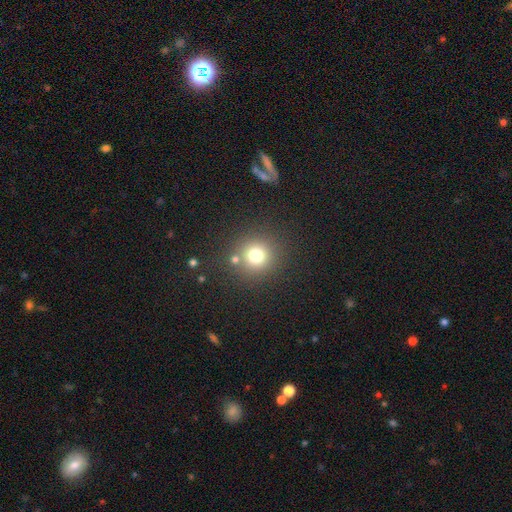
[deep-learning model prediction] smooth-or-featured: smooth: 75% | star or artifact: 16% | featured or disk: 9%
  how-rounded: round: 93% | in between: 6% | cigar-shaped: 1%
  merging: none: 80% | merger: 9% | minor disturbance: 7% | major disturbance: 3%